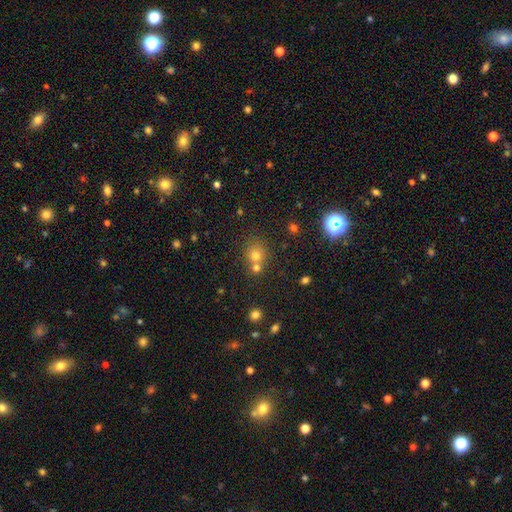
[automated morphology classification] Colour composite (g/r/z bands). It shows a smooth galaxy with no disk features (64%) that is round (82%). Merging: none (57%).